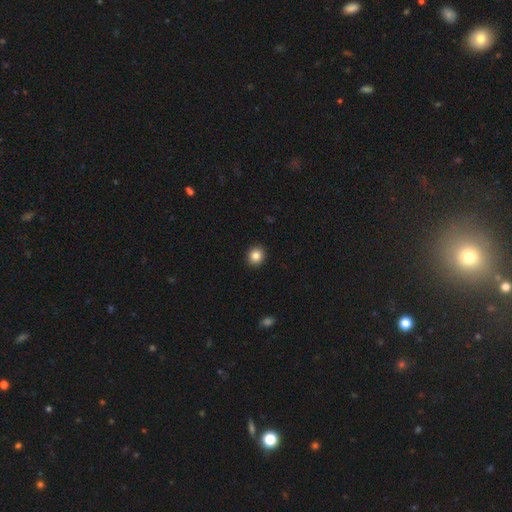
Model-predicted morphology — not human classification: Overall: smooth (85%). How rounded: round (84%). Merging: none (93%).